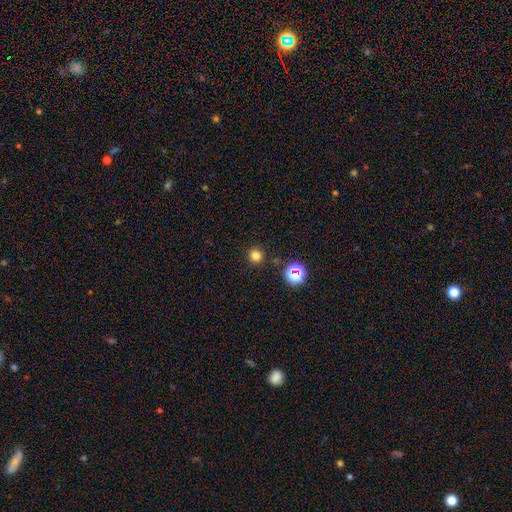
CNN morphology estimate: This appears to be a smooth galaxy with no disk features (78%) that is round (94%). Merging: none (90%).